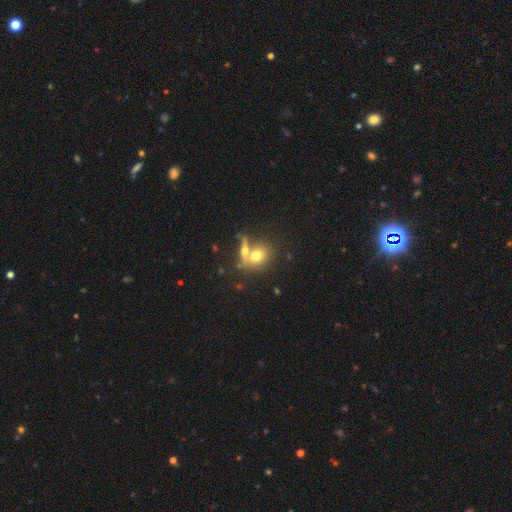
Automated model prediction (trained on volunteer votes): Smooth or featured: smooth — 69% (featured or disk — 22%)
How rounded: in between — 51% (round — 46%)
Merging: merger — 46% (none — 38%)